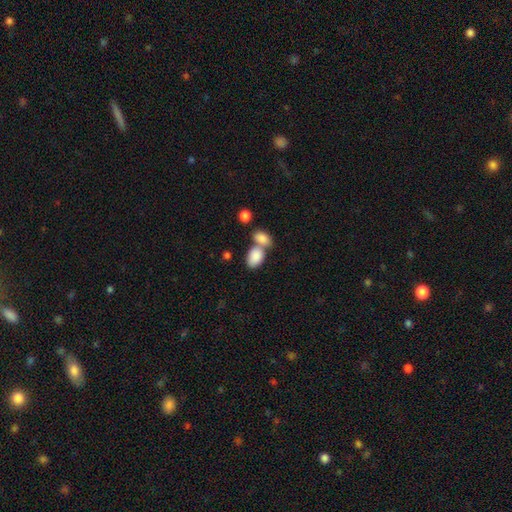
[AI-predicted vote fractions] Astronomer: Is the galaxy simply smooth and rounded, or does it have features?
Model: smooth — 86%.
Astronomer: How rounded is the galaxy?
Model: in between — 88%.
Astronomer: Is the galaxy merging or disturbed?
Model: merger — 55% (runner-up: none, 32%).